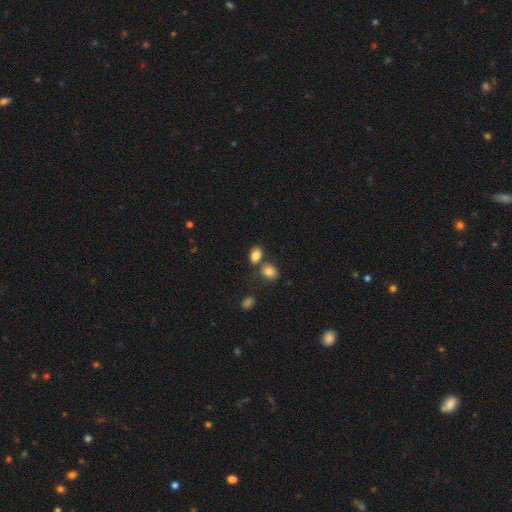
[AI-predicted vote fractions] Overall: smooth (84%). How rounded: in between (79%). Merging: none (55%; merger 29%).